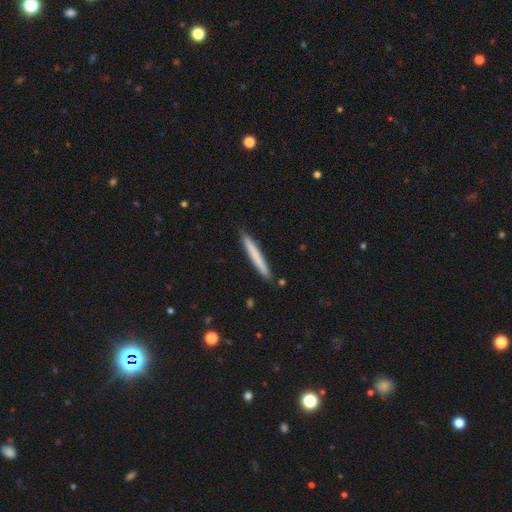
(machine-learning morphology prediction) Smooth or featured? Predicted: smooth (p=0.71). How rounded? Predicted: cigar-shaped (p=0.97). Merging? Predicted: none (p=0.90).